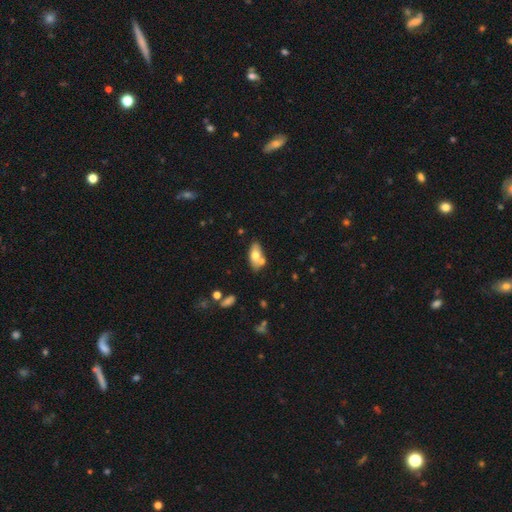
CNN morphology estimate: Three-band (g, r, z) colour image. It shows a smooth galaxy with no disk features (67%) that is in between round and cigar-shaped (88%). Merging: none (55%).